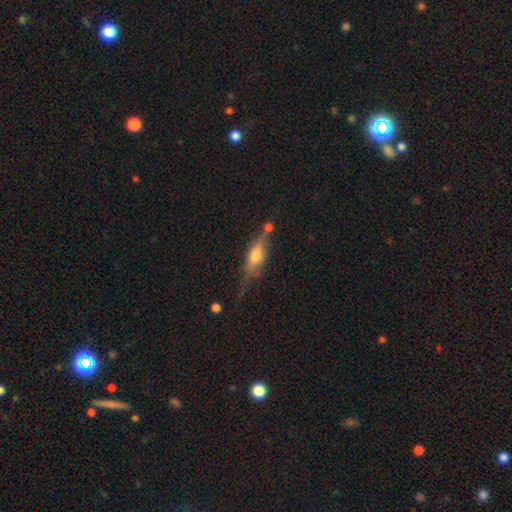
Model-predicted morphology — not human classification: This is possibly a featured or disk galaxy (56%). It is clearly viewed edge-on (86%). Merging: possibly none (55%).